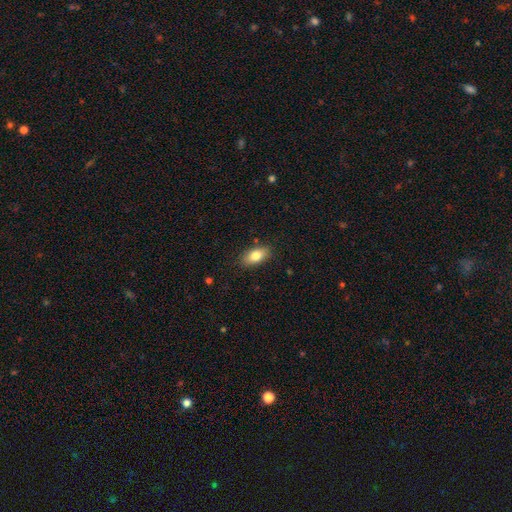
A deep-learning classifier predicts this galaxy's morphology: This appears to be a smooth galaxy with no disk features (80%) that is in between round and cigar-shaped (90%). Merging: none (86%).